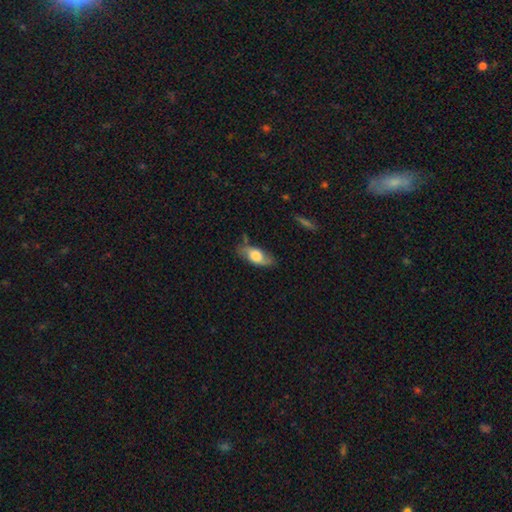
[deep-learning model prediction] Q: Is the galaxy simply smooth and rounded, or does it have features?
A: smooth — 56%.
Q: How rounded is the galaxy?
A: in between — 80%.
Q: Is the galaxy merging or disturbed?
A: none — 72%.